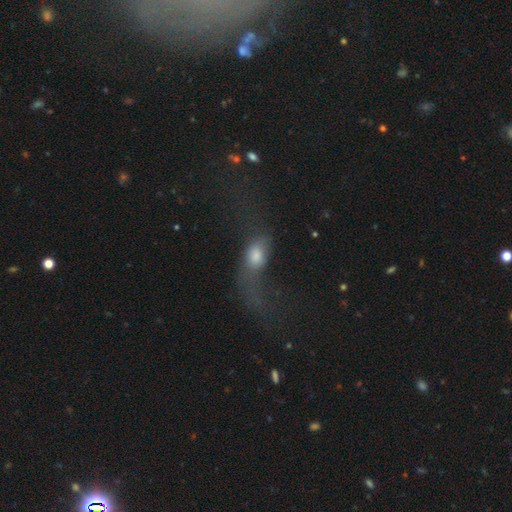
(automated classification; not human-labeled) Q: Smooth or featured?
A: smooth (57%); runner-up: featured or disk (31%)
Q: How rounded?
A: in between (66%); runner-up: round (19%)
Q: Merging?
A: major disturbance (58%); runner-up: none (21%)